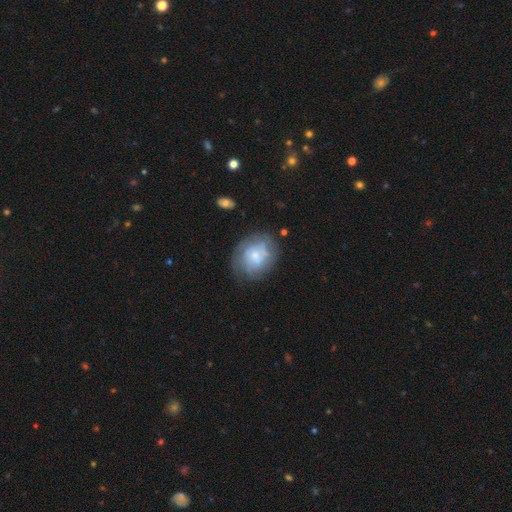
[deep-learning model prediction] smooth 53%, featured or disk 39%, star or artifact 8%. Down the decision tree: how rounded — round (60%); merging — none (65%).